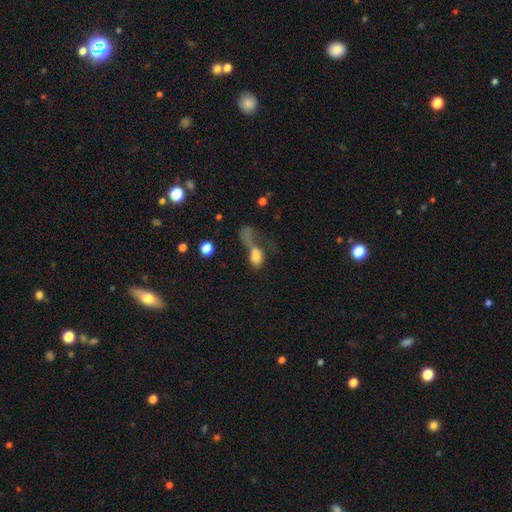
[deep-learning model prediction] Morphology: type=smooth (69%); roundness=in between (71%); merging=major disturbance (44%).